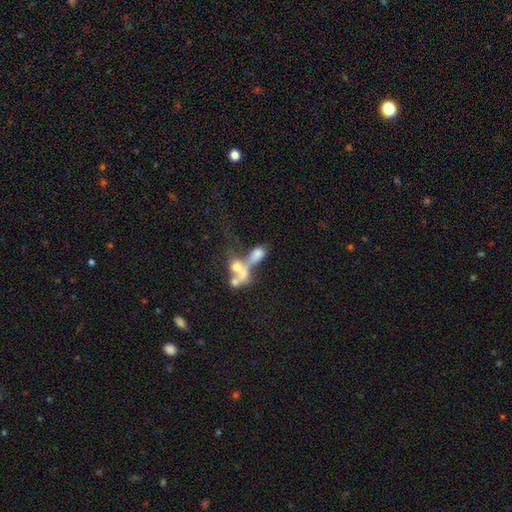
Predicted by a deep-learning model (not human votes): This appears to be a smooth galaxy with no disk features (45%). Merging: merger (62%).